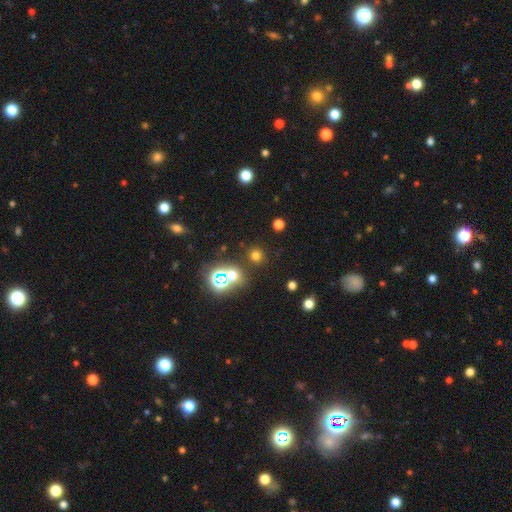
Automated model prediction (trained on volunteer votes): Morphology: type=smooth (64%); roundness=round (91%); merging=none (84%).